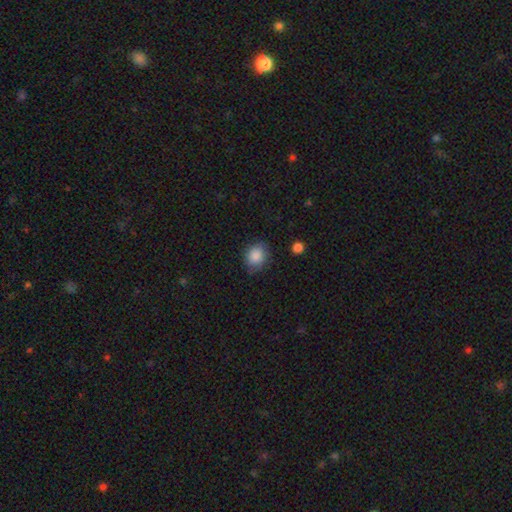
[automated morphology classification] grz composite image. It shows a smooth galaxy with no disk features (87%) that is round (64%). Merging: none (76%).